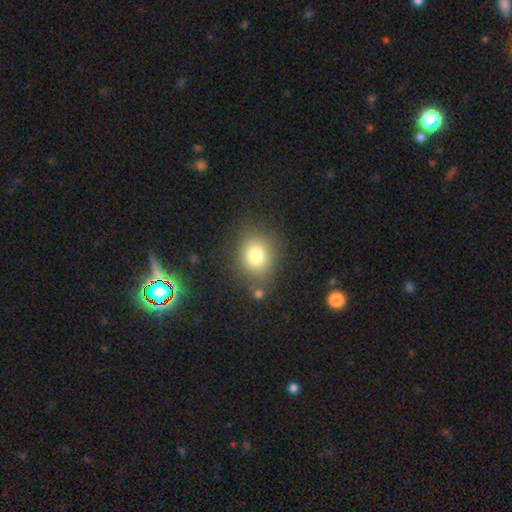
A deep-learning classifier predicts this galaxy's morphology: Smooth or featured? Predicted: smooth (p=0.78). How rounded? Predicted: round (p=0.70). Merging? Predicted: none (p=0.79).